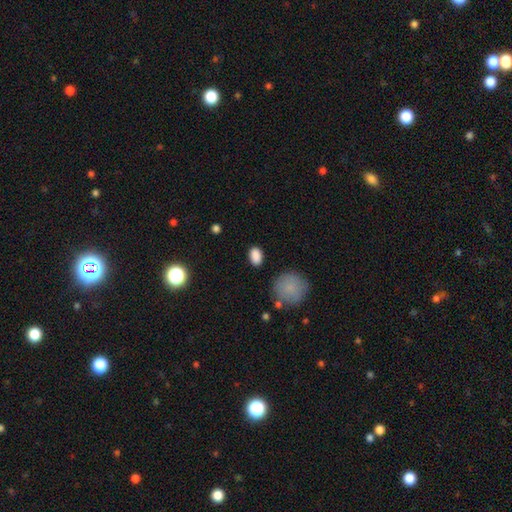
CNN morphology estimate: This is clearly a smooth galaxy (87%). How rounded: clearly in between (83%). Merging: clearly none (85%).